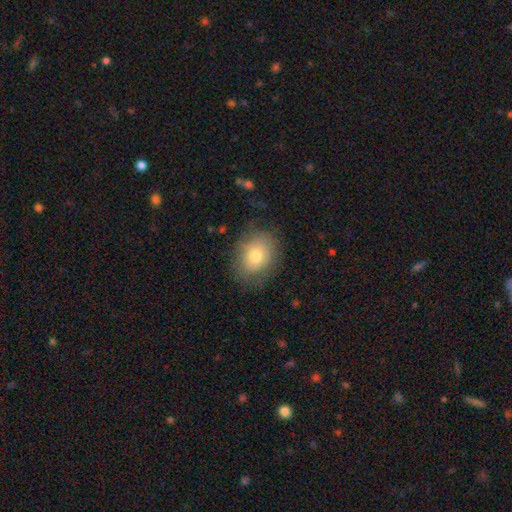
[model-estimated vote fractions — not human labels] Overall: smooth (73%). How rounded: in between (57%; round 42%). Merging: none (76%).